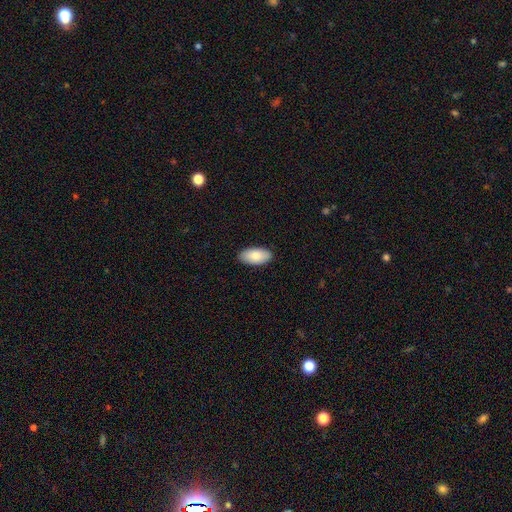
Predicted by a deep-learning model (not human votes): This is clearly a smooth galaxy (84%). How rounded: clearly in between (95%). Merging: clearly none (89%).